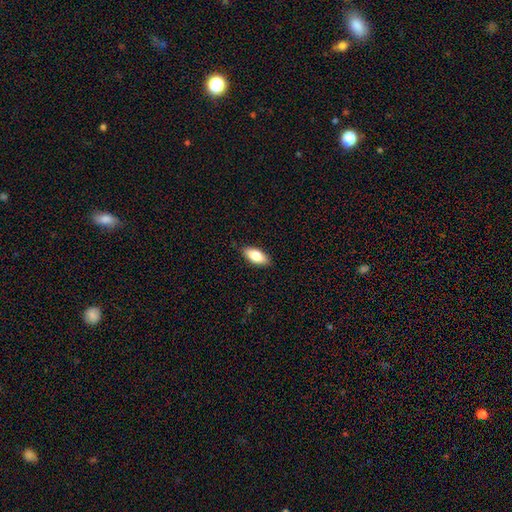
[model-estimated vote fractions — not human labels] smooth_or_featured: smooth (p=0.81) [alt: featured or disk p=0.13]
how_rounded: in between (p=0.89) [alt: cigar-shaped p=0.09]
merging: none (p=0.88) [alt: minor disturbance p=0.10]